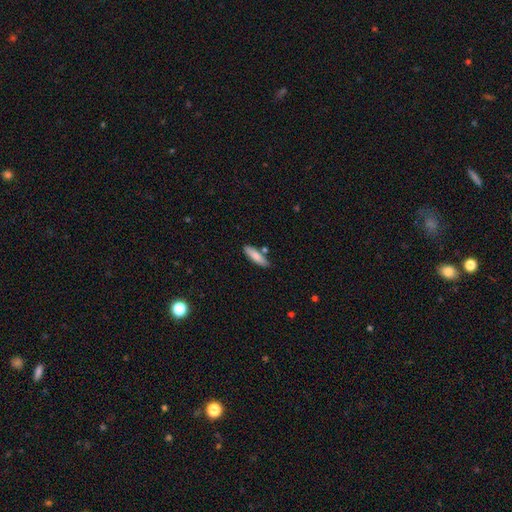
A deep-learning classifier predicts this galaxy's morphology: smooth 82%, featured or disk 12%, star or artifact 6%. Down the decision tree: how rounded — cigar-shaped (63%); merging — none (79%).